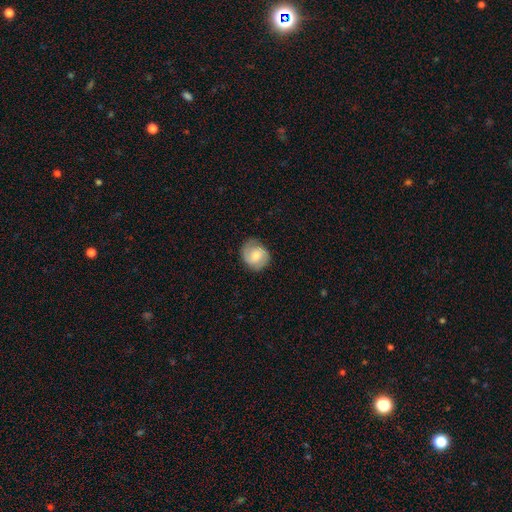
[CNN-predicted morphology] A smooth galaxy with no disk features (49%).

Vote fractions:
- Smooth or featured? smooth: 49% / featured or disk: 44% / star or artifact: 7%
- Merging? none: 76% / minor disturbance: 17% / major disturbance: 5% / merger: 1%